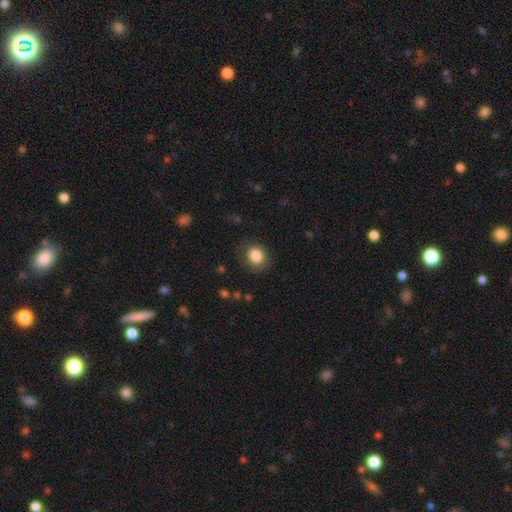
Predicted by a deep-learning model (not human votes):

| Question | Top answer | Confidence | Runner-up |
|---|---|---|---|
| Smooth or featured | smooth | 85% | star or artifact (9%) |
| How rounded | round | 58% | in between (41%) |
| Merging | none | 78% | minor disturbance (16%) |